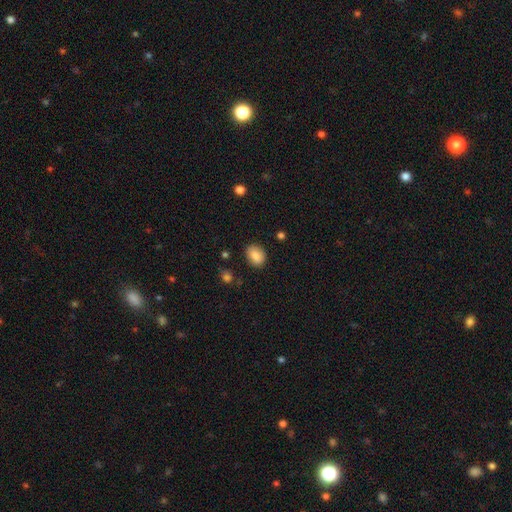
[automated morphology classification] This is clearly a smooth galaxy (86%). How rounded: likely in between (67%). Merging: clearly none (85%).